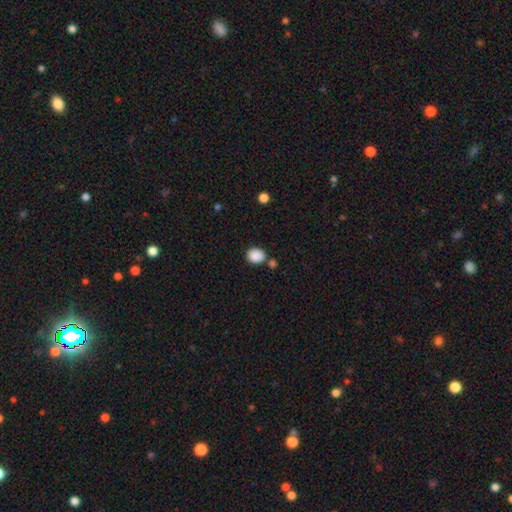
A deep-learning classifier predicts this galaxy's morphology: The model was most divided on "how rounded": round: 58%, in between: 41%, cigar-shaped: 1%. More confident: smooth or featured — smooth (87%); merging — none (69%).